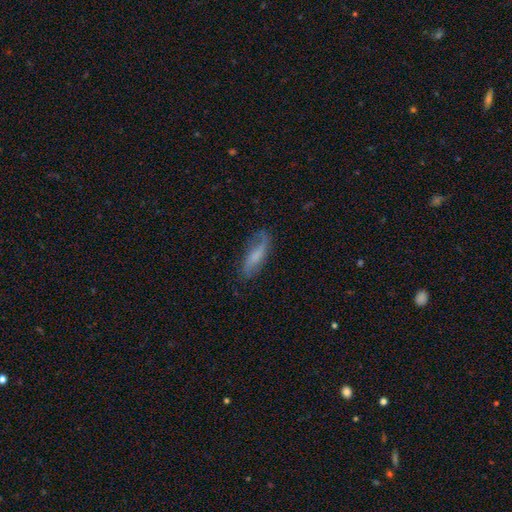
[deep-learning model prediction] Q: Smooth or featured?
A: featured or disk (47%); runner-up: smooth (45%)
Q: Merging?
A: none (67%); runner-up: minor disturbance (22%)